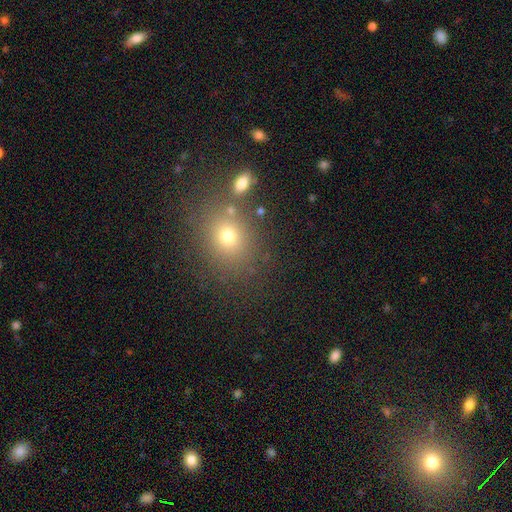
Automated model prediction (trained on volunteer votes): A smooth galaxy with no disk features (61%) that is round (66%). Merging: none (78%).